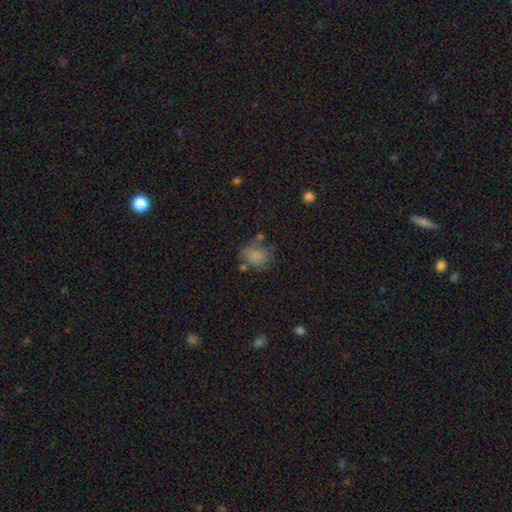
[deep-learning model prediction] This is likely a smooth galaxy (77%). How rounded: likely round (65%). Merging: possibly none (50%).